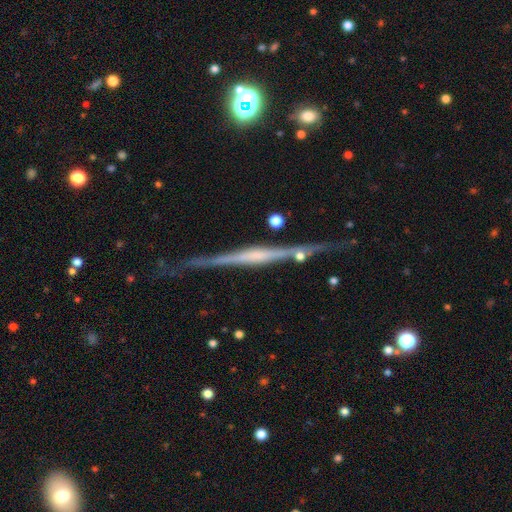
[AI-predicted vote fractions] Morphology: type=featured or disk (82%); edge-on=yes (98%); edge-on bulge=rounded (43%); merging=none (80%).